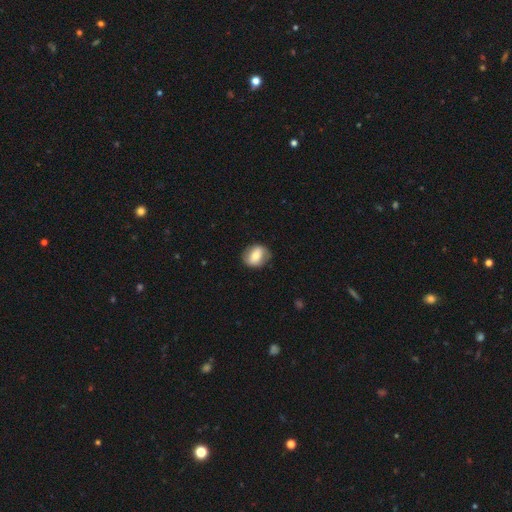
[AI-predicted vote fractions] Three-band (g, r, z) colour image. It shows a smooth galaxy with no disk features (63%) that is in between round and cigar-shaped (50%). Merging: none (79%).